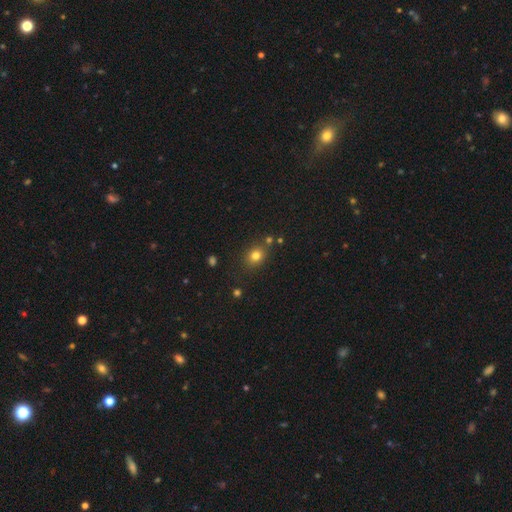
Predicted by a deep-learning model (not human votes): Smooth or featured? smooth (78%)
How rounded? round (63%)
Merging? none (78%)